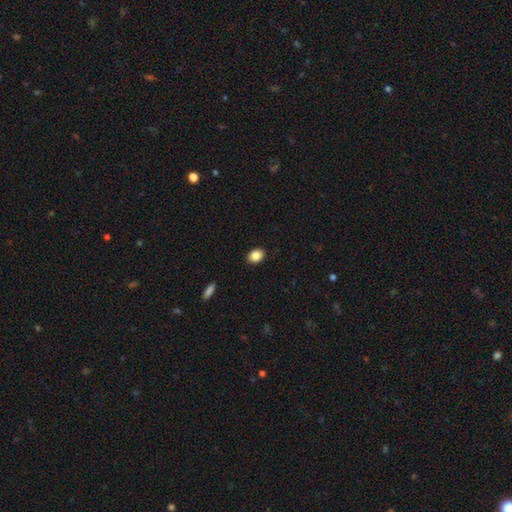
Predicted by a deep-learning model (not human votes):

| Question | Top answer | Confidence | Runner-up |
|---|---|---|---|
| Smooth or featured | smooth | 87% | star or artifact (9%) |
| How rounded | in between | 67% | round (32%) |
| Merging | none | 90% | minor disturbance (8%) |